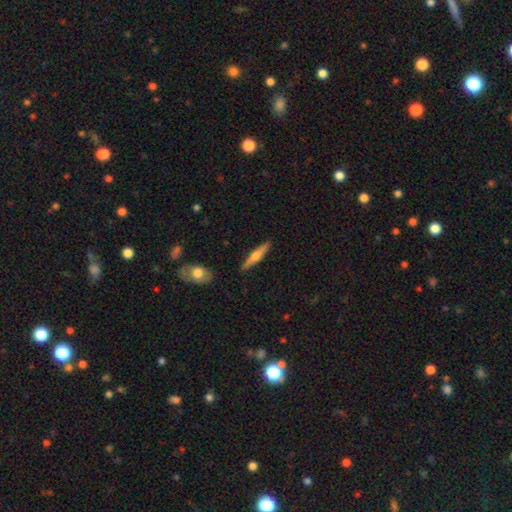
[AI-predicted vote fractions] A featured or disk galaxy (50%).

Vote fractions:
- Smooth or featured? featured or disk: 50% / smooth: 45% / star or artifact: 5%
- Merging? none: 90% / minor disturbance: 7% / merger: 2% / major disturbance: 2%